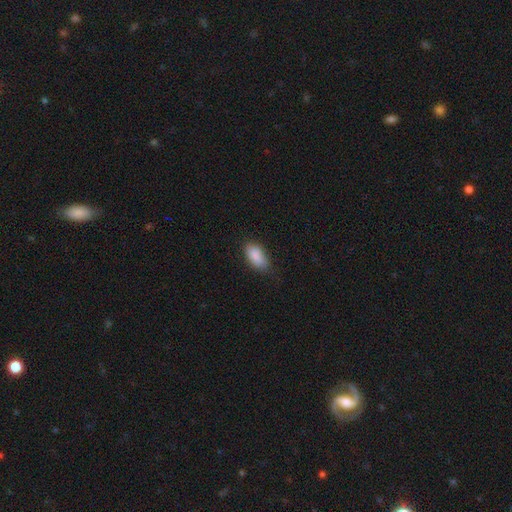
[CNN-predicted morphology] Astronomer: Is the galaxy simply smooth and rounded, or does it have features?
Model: smooth — 88%.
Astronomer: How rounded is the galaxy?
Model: in between — 91%.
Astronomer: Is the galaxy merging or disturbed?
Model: none — 75%.